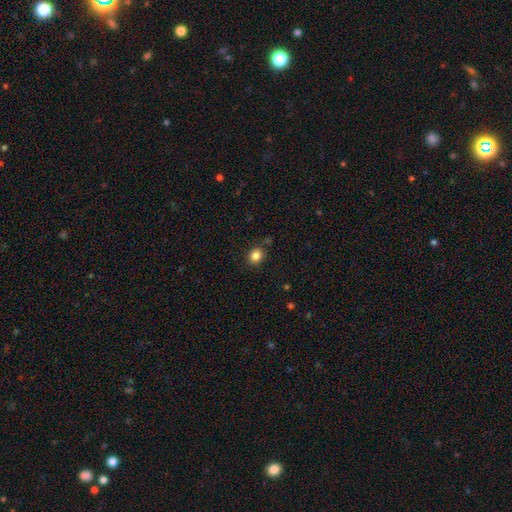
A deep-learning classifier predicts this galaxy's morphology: A smooth galaxy with no disk features (84%) that is round (71%).

Vote fractions:
- Smooth or featured? smooth: 84% / star or artifact: 11% / featured or disk: 5%
- How rounded? round: 71% / in between: 28% / cigar-shaped: 1%
- Merging? none: 85% / minor disturbance: 10% / major disturbance: 3% / merger: 3%